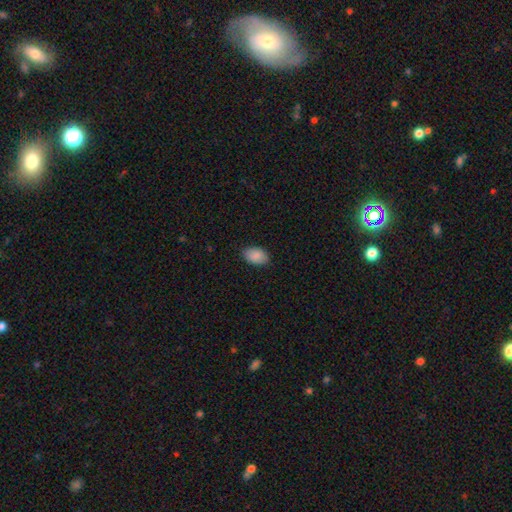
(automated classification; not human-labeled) Smooth or featured? Predicted: smooth (p=0.89). How rounded? Predicted: in between (p=0.90). Merging? Predicted: none (p=0.86).